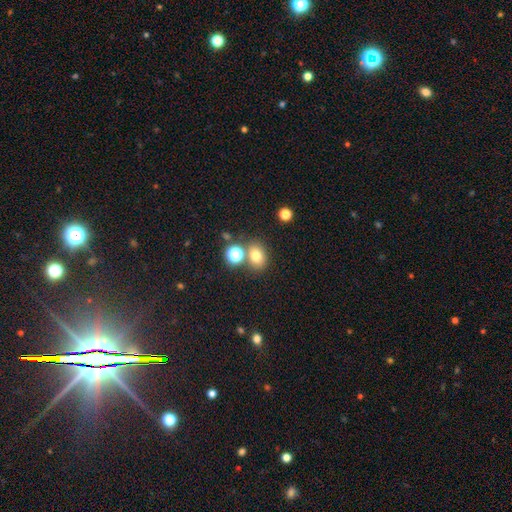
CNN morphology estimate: Smooth or featured? Predicted: smooth (p=0.75). How rounded? Predicted: in between (p=0.52). Merging? Predicted: none (p=0.68).